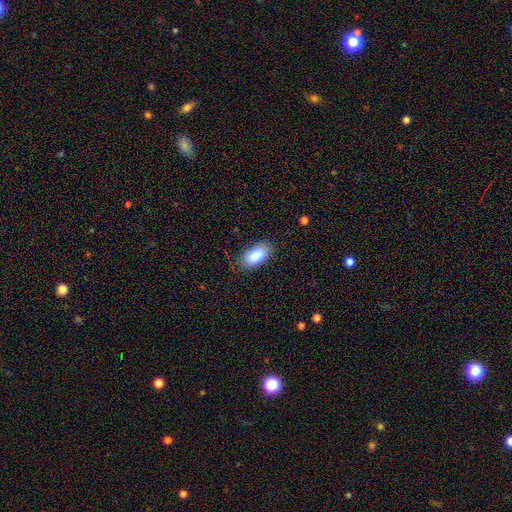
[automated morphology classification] smooth 86%, featured or disk 7%, star or artifact 6%. Down the decision tree: how rounded — in between (93%); merging — none (81%).